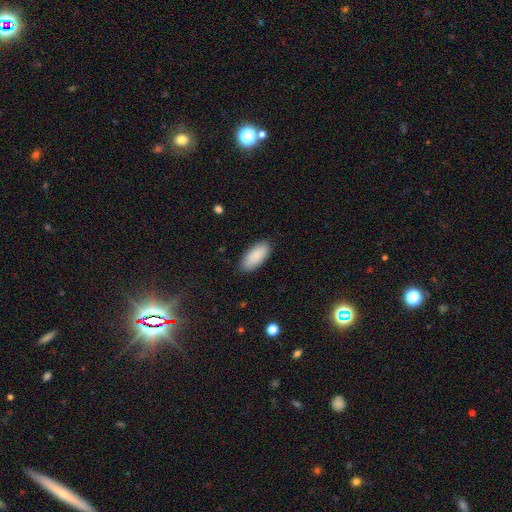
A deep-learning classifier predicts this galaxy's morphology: This is clearly a smooth galaxy (90%). How rounded: clearly in between (89%). Merging: clearly none (88%).